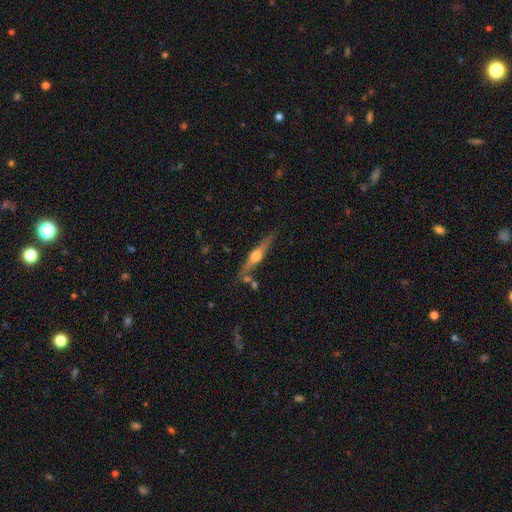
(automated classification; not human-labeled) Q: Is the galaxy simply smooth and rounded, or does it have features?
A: featured or disk — 73%.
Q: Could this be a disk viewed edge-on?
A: yes — 96%.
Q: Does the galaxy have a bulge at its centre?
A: rounded — 93%.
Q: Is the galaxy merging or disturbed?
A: none — 78%.